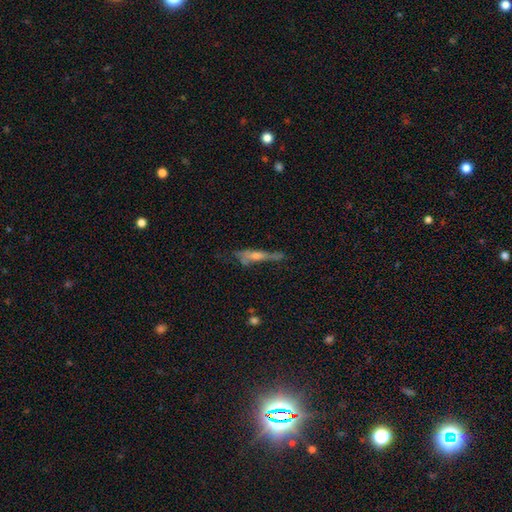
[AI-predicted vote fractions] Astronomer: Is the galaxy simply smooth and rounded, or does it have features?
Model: featured or disk — 56%.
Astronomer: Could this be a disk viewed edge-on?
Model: yes — 78%.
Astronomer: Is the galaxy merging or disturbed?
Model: none — 49% (runner-up: minor disturbance, 26%).